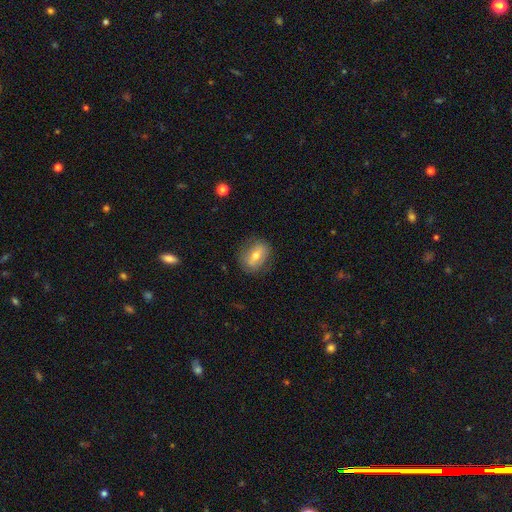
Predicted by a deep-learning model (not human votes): smooth-or-featured: smooth: 51% | featured or disk: 40% | star or artifact: 9%
  how-rounded: in between: 60% | round: 37% | cigar-shaped: 3%
  merging: none: 77% | minor disturbance: 16% | major disturbance: 5% | merger: 1%